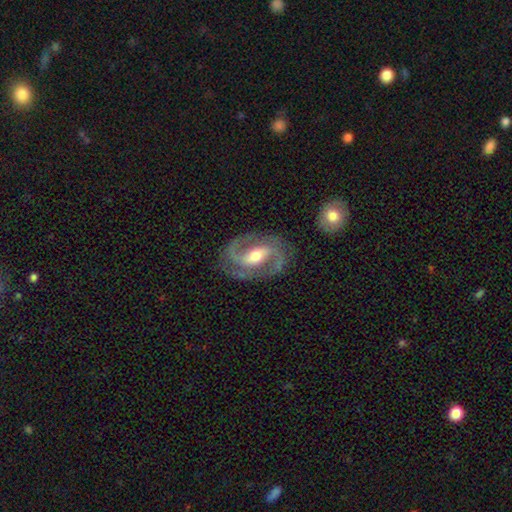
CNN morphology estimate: Smooth or featured? featured or disk (90%)
Edge-on disk? no (97%)
Bar? strong (42%)
Spiral arms? yes (97%)
Spiral winding? medium (59%)
Spiral arm count? 2 (91%)
Bulge size? moderate (66%)
Merging? none (81%)